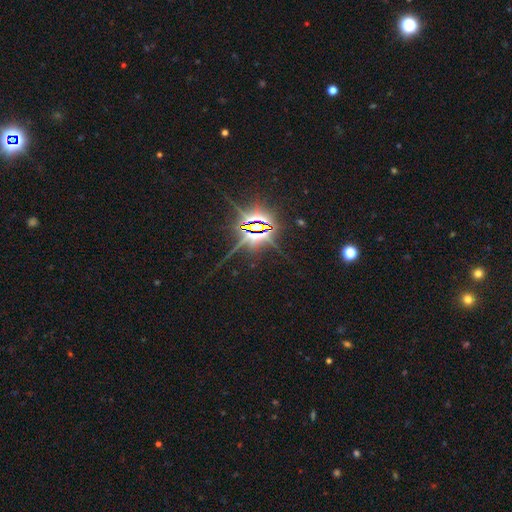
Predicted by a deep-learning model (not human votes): Smooth or featured: star or artifact — 83% (smooth — 10%)